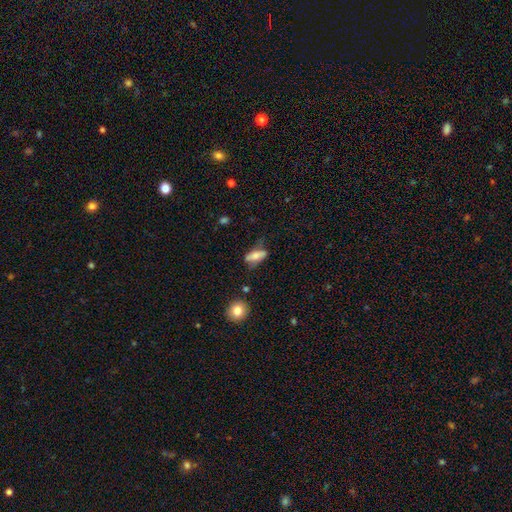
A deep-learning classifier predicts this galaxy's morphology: type=smooth (63%); roundness=in between (70%); merging=none (57%).